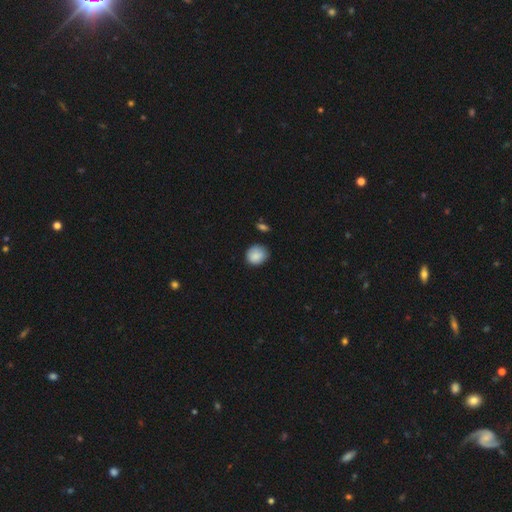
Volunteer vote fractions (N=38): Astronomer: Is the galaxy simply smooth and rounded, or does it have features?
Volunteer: smooth — 92%.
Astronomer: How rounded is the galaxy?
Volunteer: round — 63%.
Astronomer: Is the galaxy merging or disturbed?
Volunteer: none — 66%.